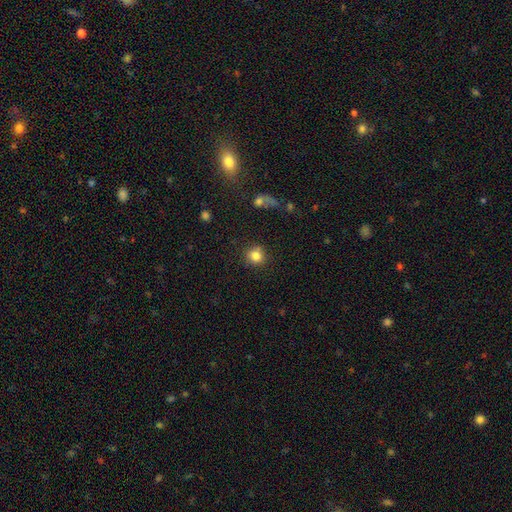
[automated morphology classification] A smooth galaxy with no disk features (83%) that is round (87%). Merging: none (83%).